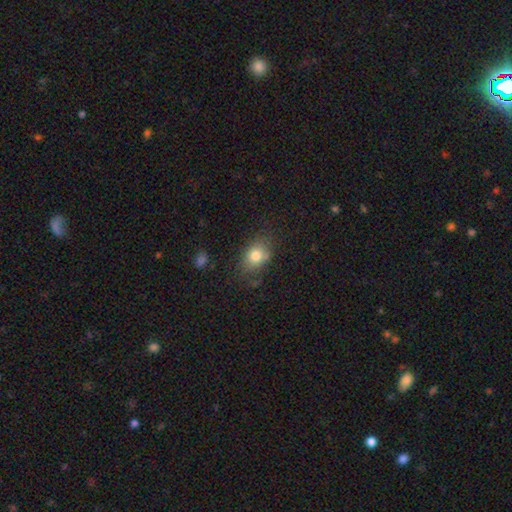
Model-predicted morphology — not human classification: Smooth or featured? smooth (78%)
How rounded? in between (67%)
Merging? none (69%)